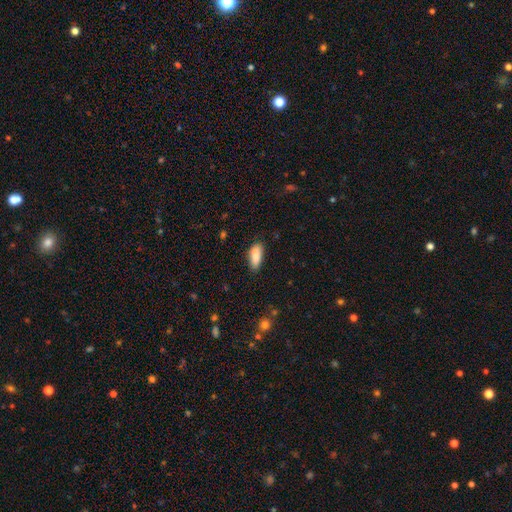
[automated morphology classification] A smooth galaxy with no disk features (88%) that is in between round and cigar-shaped (80%).

Vote fractions:
- Smooth or featured? smooth: 88% / star or artifact: 7% / featured or disk: 6%
- How rounded? in between: 80% / cigar-shaped: 18% / round: 2%
- Merging? none: 80% / minor disturbance: 16% / major disturbance: 3% / merger: 1%